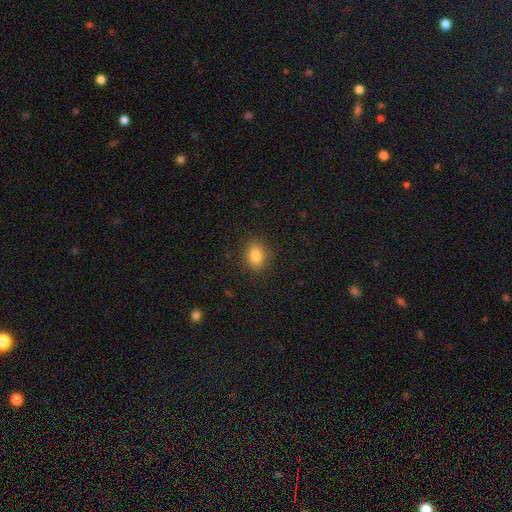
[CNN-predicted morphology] Smooth or featured?
  - smooth: 83% *
  - star or artifact: 11%
  - featured or disk: 7%
How rounded?
  - in between: 50% *
  - round: 49%
  - cigar-shaped: 1%
Merging?
  - none: 89% *
  - minor disturbance: 8%
  - major disturbance: 2%
  - merger: 1%